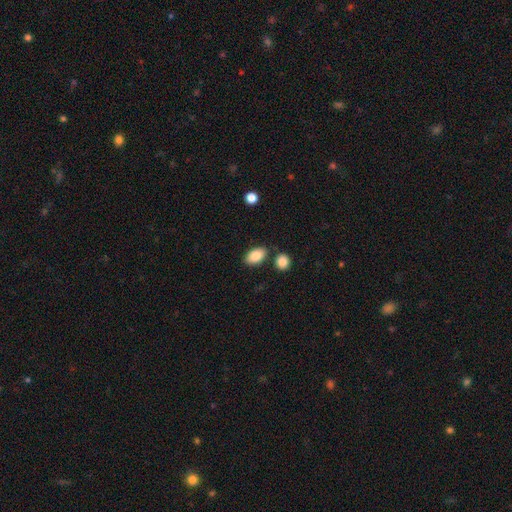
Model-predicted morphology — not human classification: Smooth or featured? Predicted: smooth (p=0.86). How rounded? Predicted: in between (p=0.92). Merging? Predicted: none (p=0.77).